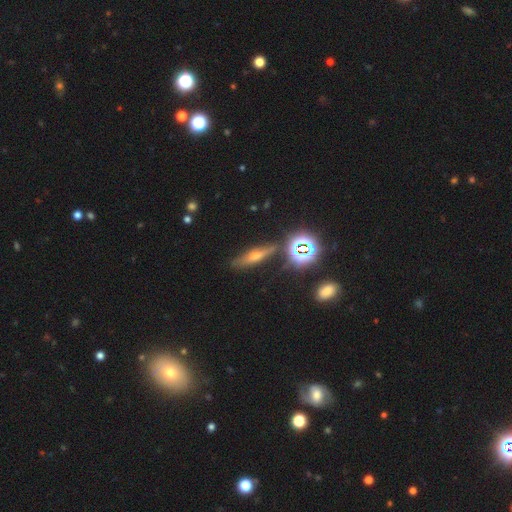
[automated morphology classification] Q: Smooth or featured?
A: featured or disk (41%); runner-up: smooth (31%)
Q: Merging?
A: none (82%); runner-up: minor disturbance (11%)